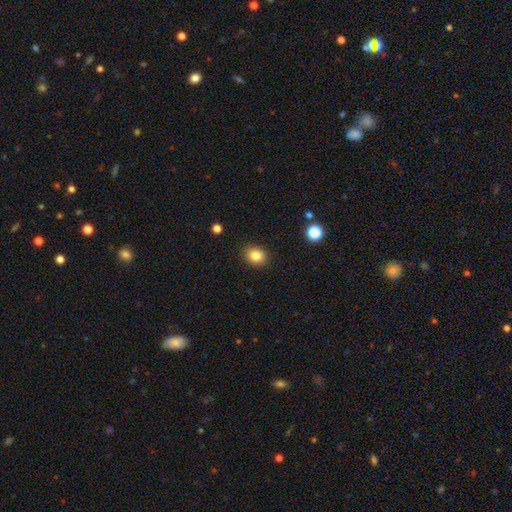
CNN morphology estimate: Smooth or featured? smooth (83%)
How rounded? round (61%)
Merging? none (89%)